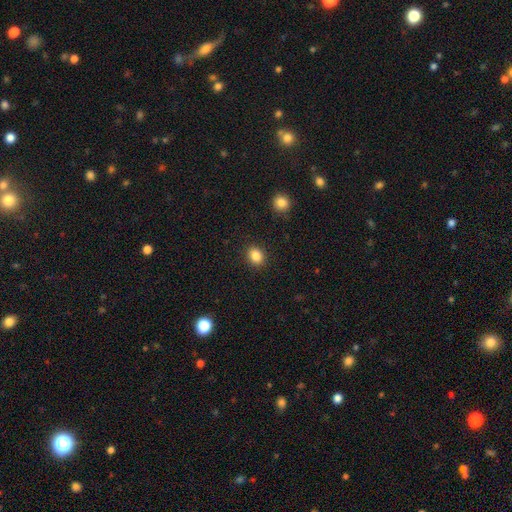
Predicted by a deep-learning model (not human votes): smooth_or_featured: smooth (p=0.86) [alt: star or artifact p=0.10]
how_rounded: round (p=0.57) [alt: in between p=0.42]
merging: none (p=0.90) [alt: minor disturbance p=0.07]